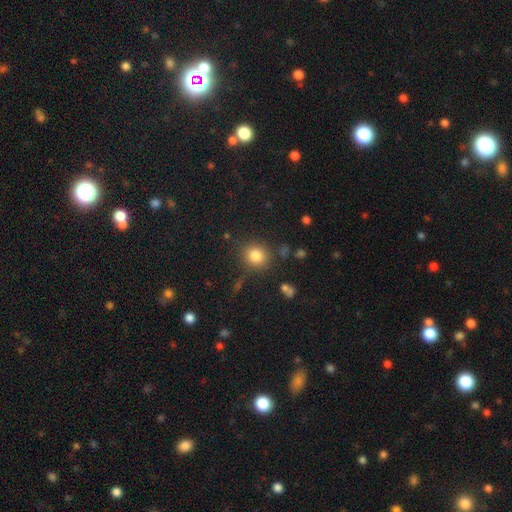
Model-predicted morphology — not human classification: Overall: smooth (82%). How rounded: round (87%). Merging: none (84%).